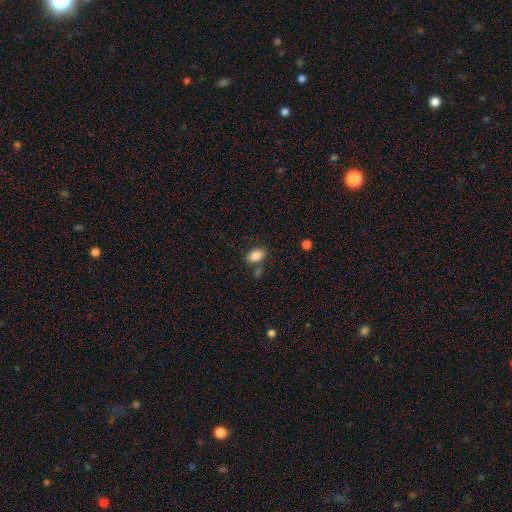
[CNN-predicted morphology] Smooth or featured? smooth (83%)
How rounded? in between (87%)
Merging? none (75%)